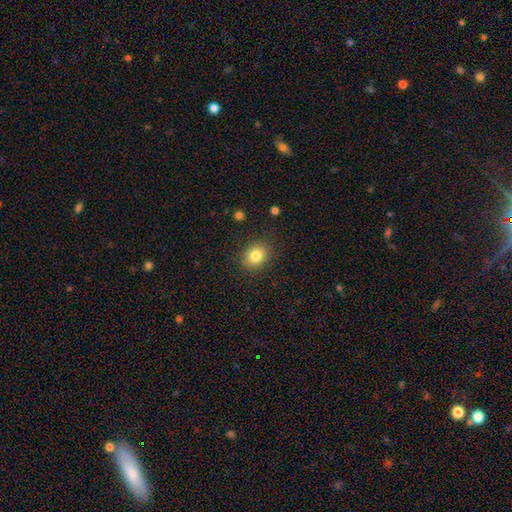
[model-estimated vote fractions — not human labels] A smooth galaxy with no disk features (82%) that is round (55%). Merging: none (87%).